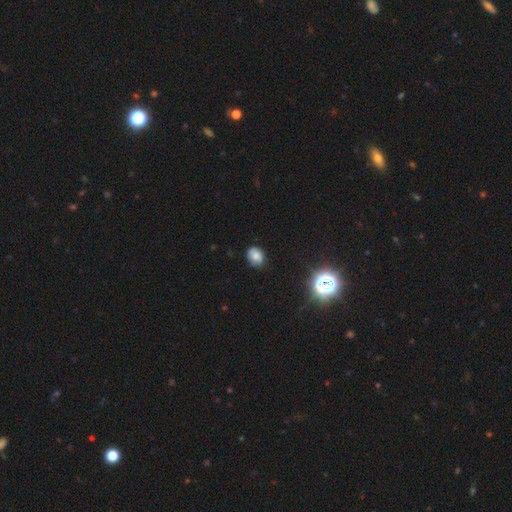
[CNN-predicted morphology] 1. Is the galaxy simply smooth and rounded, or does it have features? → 72% smooth, 14% star or artifact, 14% featured or disk.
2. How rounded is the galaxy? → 53% round, 46% in between, 1% cigar-shaped.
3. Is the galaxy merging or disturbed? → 79% none, 16% minor disturbance, 3% major disturbance, 1% merger.